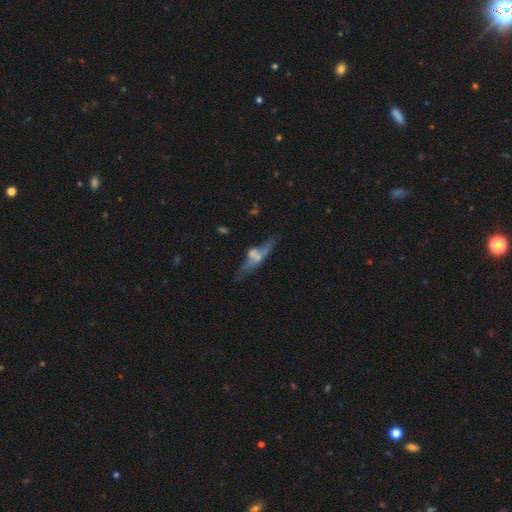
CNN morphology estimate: Q: Smooth or featured?
A: featured or disk (56%); runner-up: smooth (36%)
Q: Edge-on disk?
A: yes (59%); runner-up: no (41%)
Q: Merging?
A: none (42%); runner-up: merger (24%)